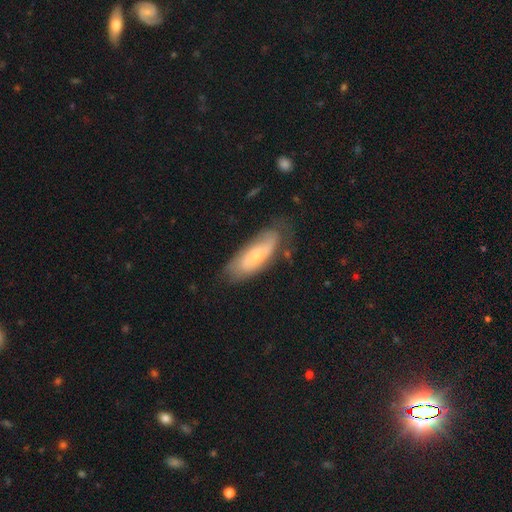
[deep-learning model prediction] featured or disk 48%, smooth 45%, star or artifact 6%. Down the decision tree: merging — none (66%).